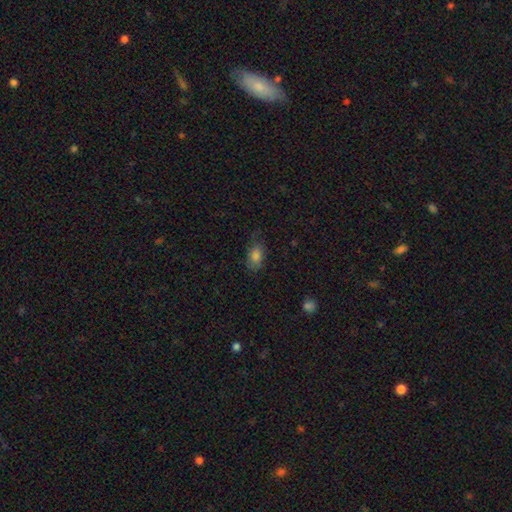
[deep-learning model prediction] This appears to be a smooth galaxy with no disk features (80%) that is in between round and cigar-shaped (86%). Merging: none (68%).